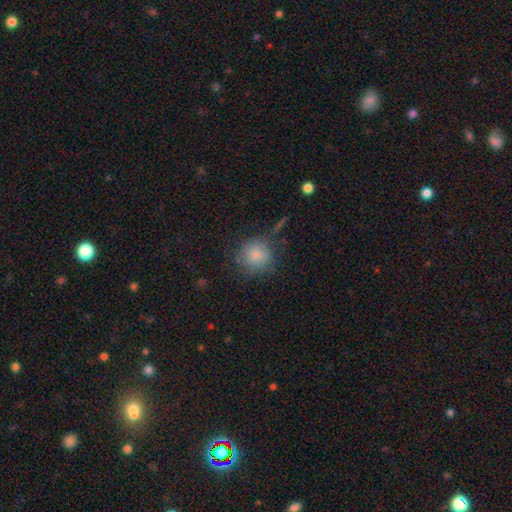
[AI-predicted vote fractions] A smooth galaxy with no disk features (78%) that is round (90%). Merging: none (72%).